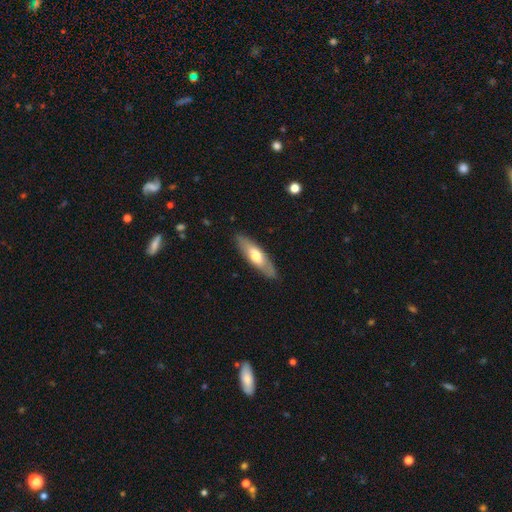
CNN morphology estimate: Smooth or featured? smooth (57%)
How rounded? cigar-shaped (53%)
Merging? none (86%)